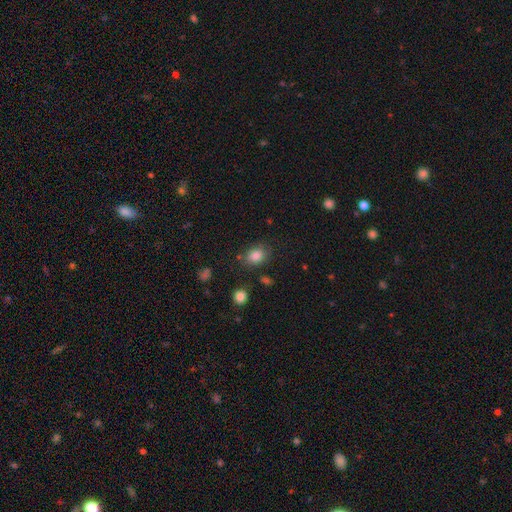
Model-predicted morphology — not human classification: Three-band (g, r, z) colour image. It shows a smooth galaxy with no disk features (84%) that is in between round and cigar-shaped (59%). Merging: none (76%).